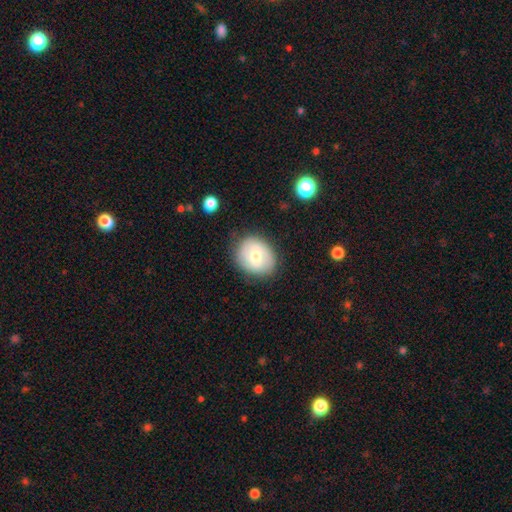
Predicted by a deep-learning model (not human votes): Smooth or featured?
  - smooth: 55% *
  - featured or disk: 38%
  - star or artifact: 7%
How rounded?
  - round: 54% *
  - in between: 46%
  - cigar-shaped: 1%
Merging?
  - none: 78% *
  - minor disturbance: 16%
  - major disturbance: 5%
  - merger: 2%